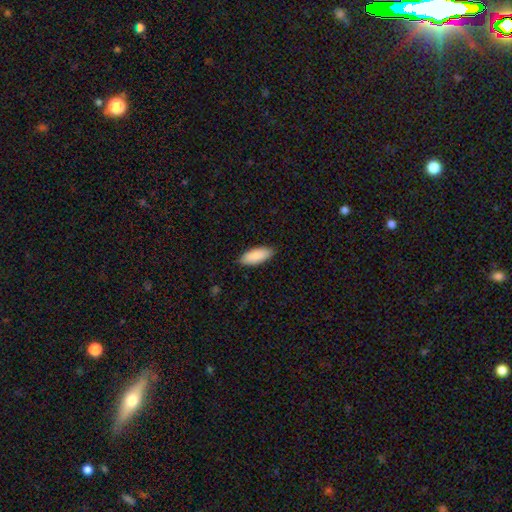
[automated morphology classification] smooth_or_featured: smooth (p=0.90) [alt: star or artifact p=0.05]
how_rounded: in between (p=0.82) [alt: cigar-shaped p=0.17]
merging: none (p=0.87) [alt: minor disturbance p=0.10]